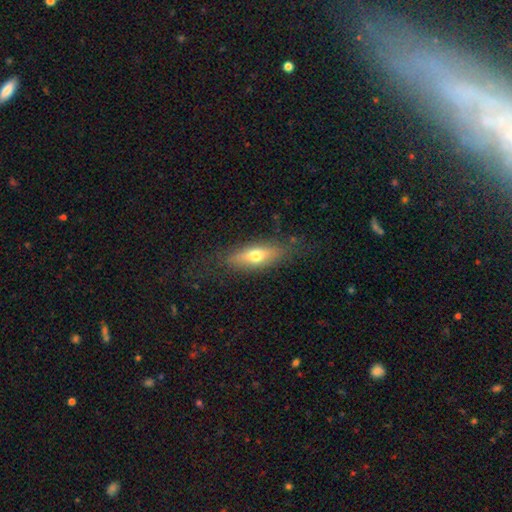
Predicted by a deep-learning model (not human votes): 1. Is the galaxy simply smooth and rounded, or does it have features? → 63% smooth, 29% featured or disk, 8% star or artifact.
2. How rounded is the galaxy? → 63% in between, 32% cigar-shaped, 5% round.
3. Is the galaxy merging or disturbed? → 79% none, 14% minor disturbance, 5% major disturbance, 1% merger.